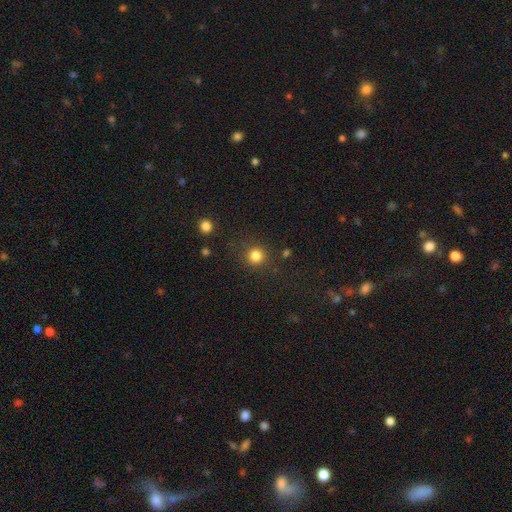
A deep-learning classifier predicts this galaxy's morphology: smooth 83%, star or artifact 13%, featured or disk 4%. Down the decision tree: how rounded — round (93%); merging — none (86%).